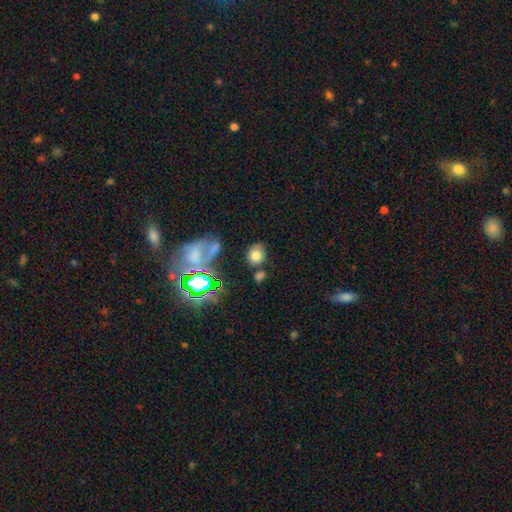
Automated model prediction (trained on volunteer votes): smooth_or_featured: smooth (p=0.72) [alt: star or artifact p=0.17]
how_rounded: round (p=0.64) [alt: in between p=0.35]
merging: none (p=0.68) [alt: minor disturbance p=0.15]